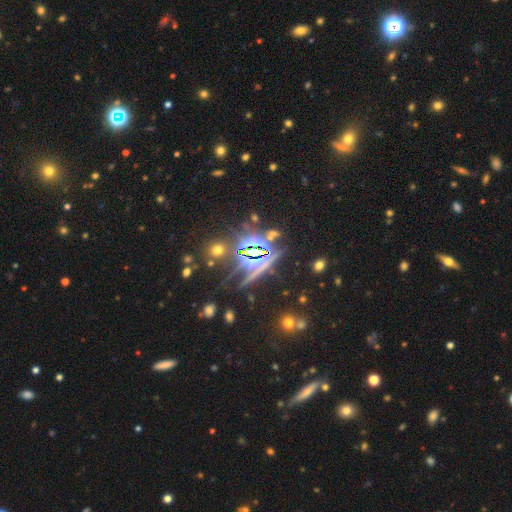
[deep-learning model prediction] smooth-or-featured: star or artifact: 68% | smooth: 16% | featured or disk: 16%